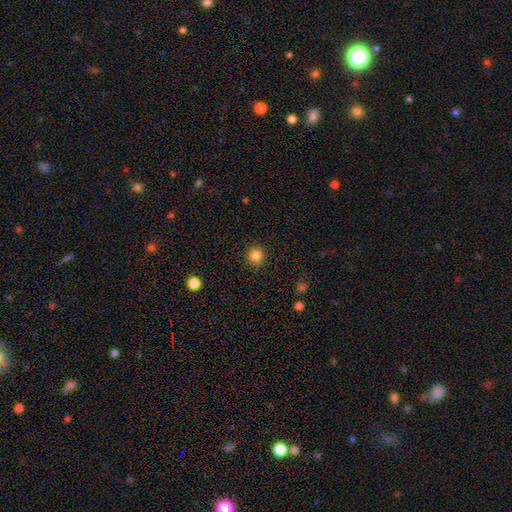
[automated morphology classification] Smooth or featured? smooth (84%)
How rounded? round (95%)
Merging? none (92%)